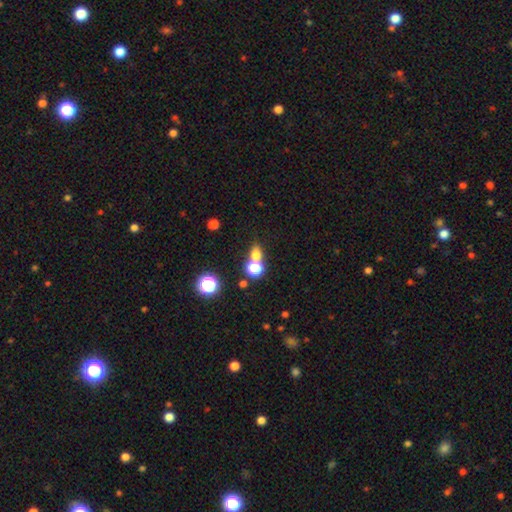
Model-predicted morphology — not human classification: Smooth or featured: smooth — 68% (star or artifact — 21%)
How rounded: round — 57% (in between — 40%)
Merging: none — 48% (merger — 40%)